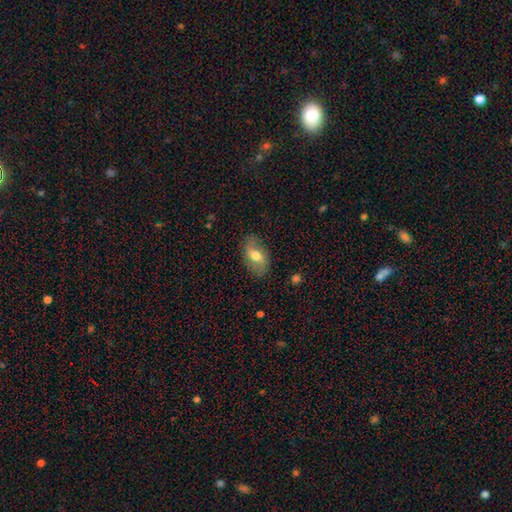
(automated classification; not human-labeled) Smooth or featured: smooth — 60% (featured or disk — 32%)
How rounded: in between — 88% (round — 10%)
Merging: none — 81% (minor disturbance — 14%)